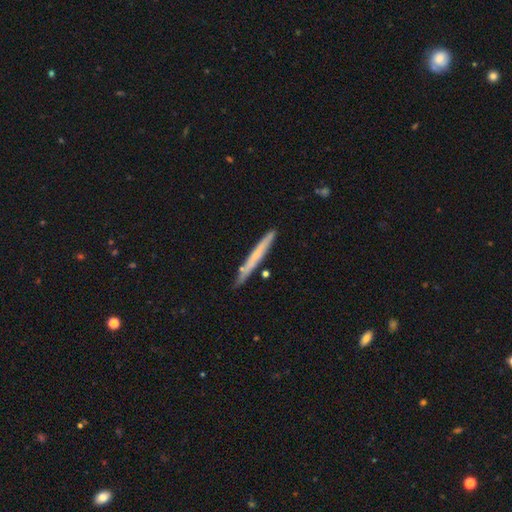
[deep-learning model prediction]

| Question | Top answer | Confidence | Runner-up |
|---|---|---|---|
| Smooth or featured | smooth | 48% | featured or disk (46%) |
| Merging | none | 84% | minor disturbance (12%) |